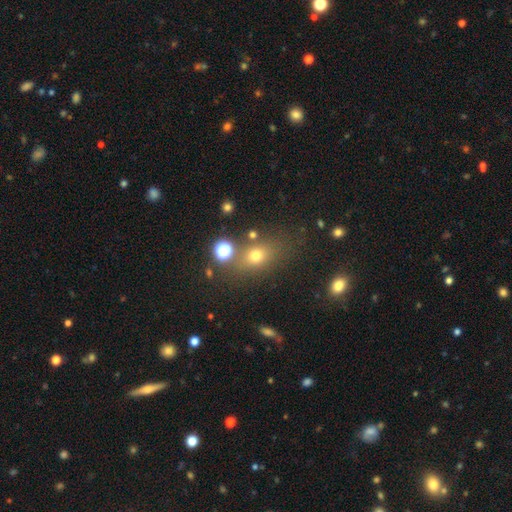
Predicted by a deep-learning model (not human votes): Smooth or featured? Predicted: smooth (p=0.67). How rounded? Predicted: in between (p=0.53). Merging? Predicted: none (p=0.70).